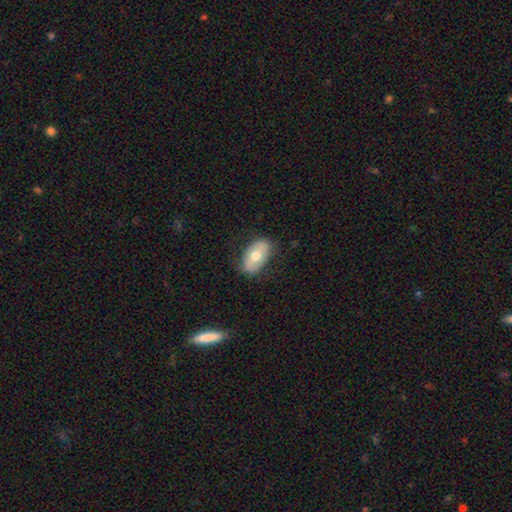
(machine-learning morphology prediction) Overall: smooth (61%; featured or disk 33%). How rounded: in between (92%). Merging: none (77%).